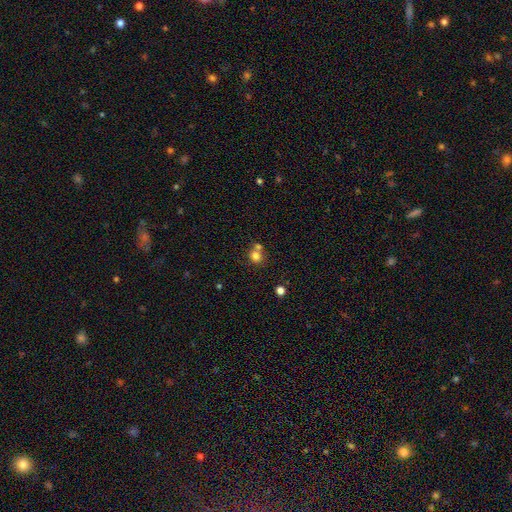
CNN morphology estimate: smooth 78%, star or artifact 13%, featured or disk 9%. Down the decision tree: how rounded — round (79%); merging — none (53%).